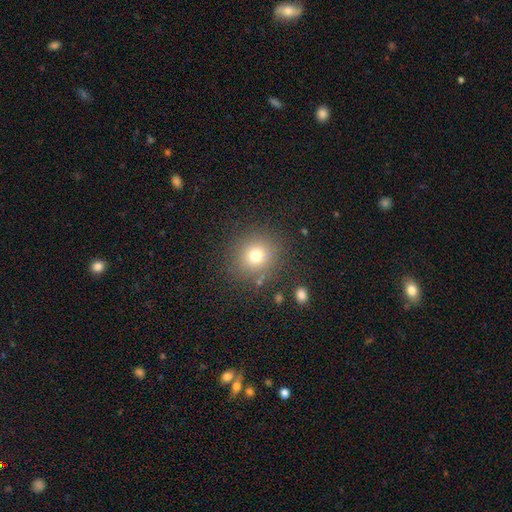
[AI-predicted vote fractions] smooth-or-featured: smooth: 74% | star or artifact: 16% | featured or disk: 10%
  how-rounded: round: 90% | in between: 9% | cigar-shaped: 1%
  merging: none: 85% | minor disturbance: 8% | major disturbance: 4% | merger: 3%